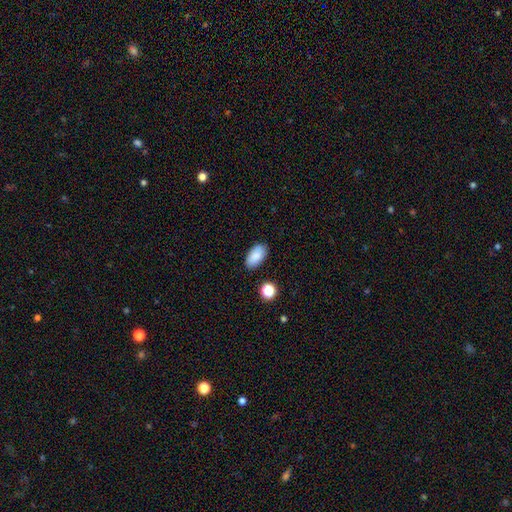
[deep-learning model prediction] Q: Smooth or featured?
A: smooth (86%); runner-up: star or artifact (8%)
Q: How rounded?
A: in between (94%); runner-up: round (4%)
Q: Merging?
A: none (83%); runner-up: minor disturbance (11%)